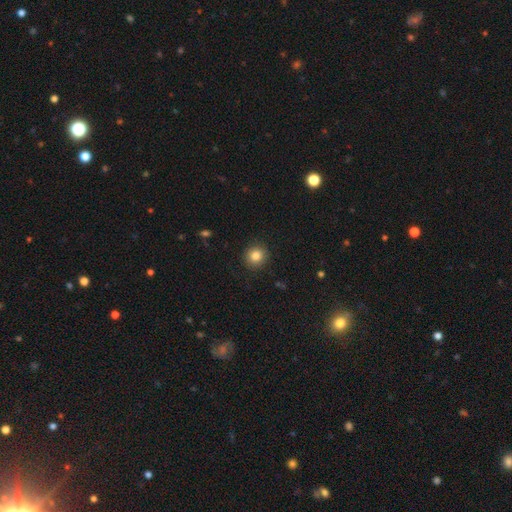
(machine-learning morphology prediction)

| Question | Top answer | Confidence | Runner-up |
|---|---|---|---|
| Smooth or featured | smooth | 84% | star or artifact (10%) |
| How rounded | round | 91% | in between (8%) |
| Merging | none | 91% | minor disturbance (6%) |